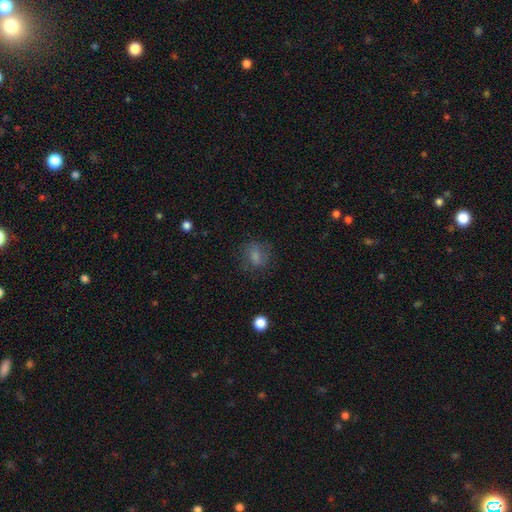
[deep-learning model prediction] Overall: smooth (75%). How rounded: round (55%; in between 43%). Merging: none (70%).